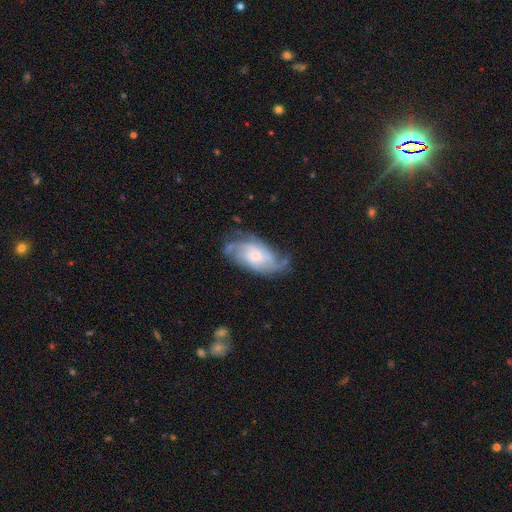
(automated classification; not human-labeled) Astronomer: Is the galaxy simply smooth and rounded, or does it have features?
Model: featured or disk — 77%.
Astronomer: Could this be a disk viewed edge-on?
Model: no — 96%.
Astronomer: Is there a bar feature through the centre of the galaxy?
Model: no — 68%.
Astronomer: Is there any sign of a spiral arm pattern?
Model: yes — 93%.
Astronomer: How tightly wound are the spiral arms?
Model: medium — 42% (runner-up: tight, 40%).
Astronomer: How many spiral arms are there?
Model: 2 — 30% (runner-up: can't tell, 29%).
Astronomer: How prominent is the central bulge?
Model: small — 53%.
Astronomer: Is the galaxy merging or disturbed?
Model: none — 59%.